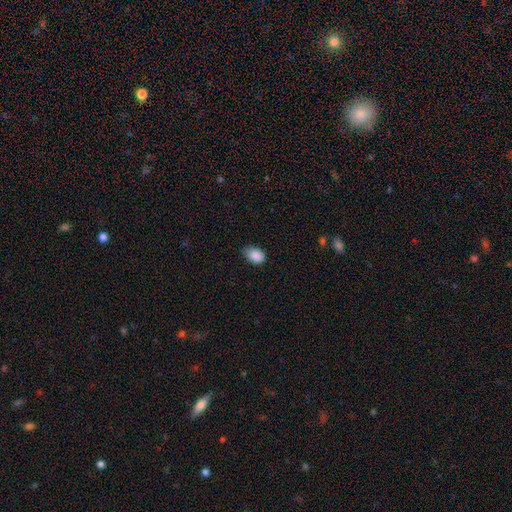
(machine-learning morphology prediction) Smooth or featured? smooth (88%)
How rounded? in between (82%)
Merging? none (65%)